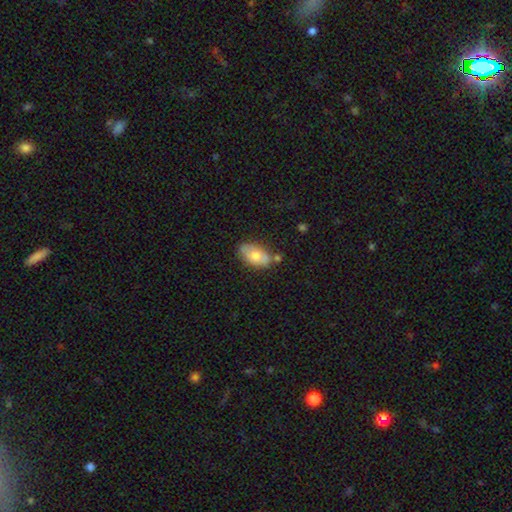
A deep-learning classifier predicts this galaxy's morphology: This is likely a smooth galaxy (69%). How rounded: clearly in between (93%). Merging: likely none (67%).